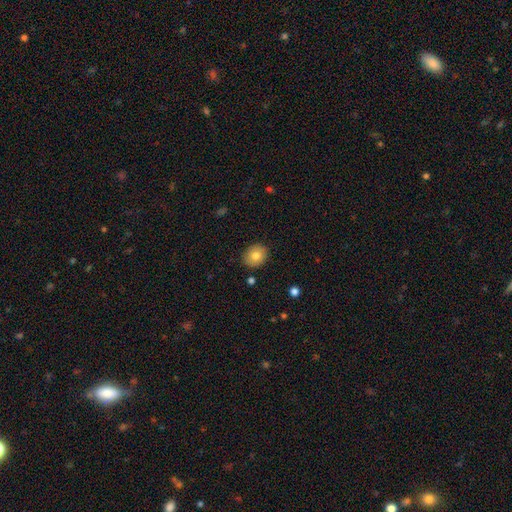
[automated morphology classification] smooth-or-featured: smooth: 80% | featured or disk: 12% | star or artifact: 8%
  how-rounded: round: 58% | in between: 41% | cigar-shaped: 1%
  merging: none: 88% | minor disturbance: 9% | major disturbance: 2% | merger: 1%